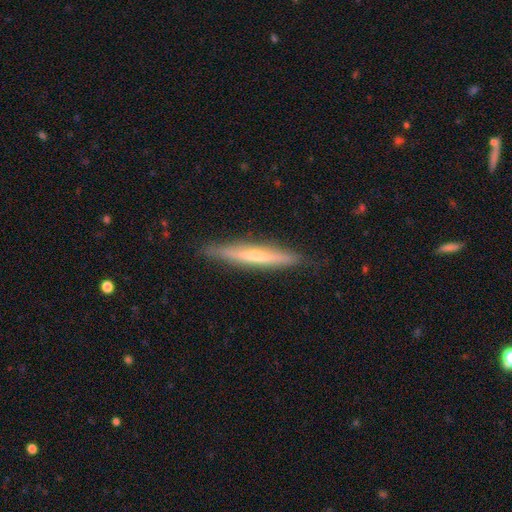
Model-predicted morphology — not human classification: Smooth or featured? Predicted: featured or disk (p=0.52). Edge-on disk? Predicted: yes (p=0.94). Merging? Predicted: none (p=0.87).